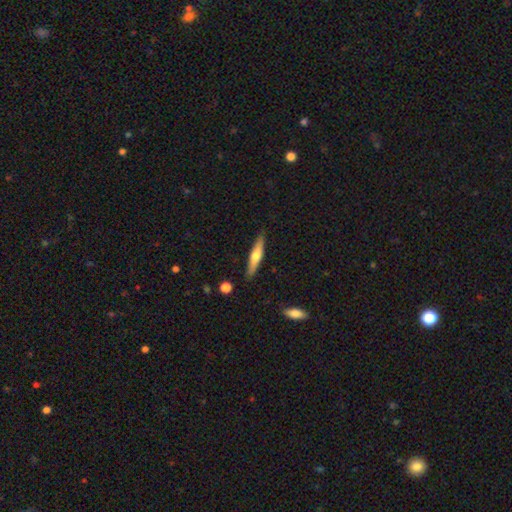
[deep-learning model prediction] A smooth galaxy with no disk features (48%). Merging: none (87%).